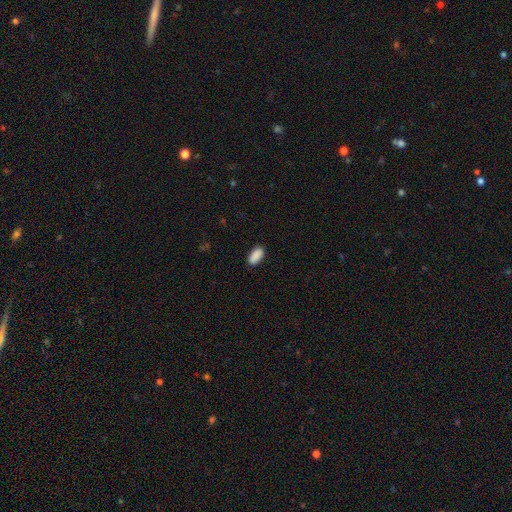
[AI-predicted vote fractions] Q: Smooth or featured?
A: smooth (90%); runner-up: star or artifact (7%)
Q: How rounded?
A: in between (91%); runner-up: cigar-shaped (6%)
Q: Merging?
A: none (88%); runner-up: minor disturbance (9%)